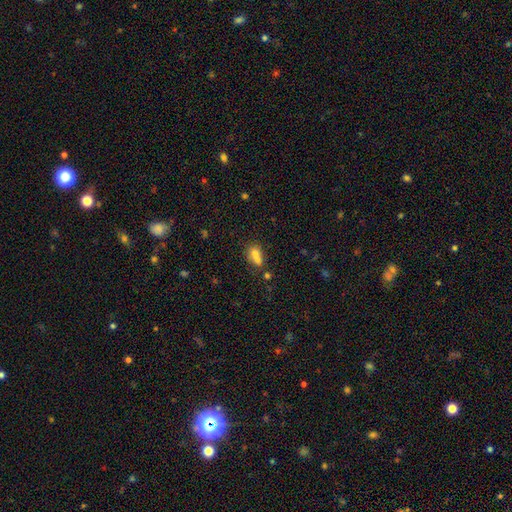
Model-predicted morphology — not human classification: Smooth or featured? smooth (69%)
How rounded? in between (56%)
Merging? merger (54%)